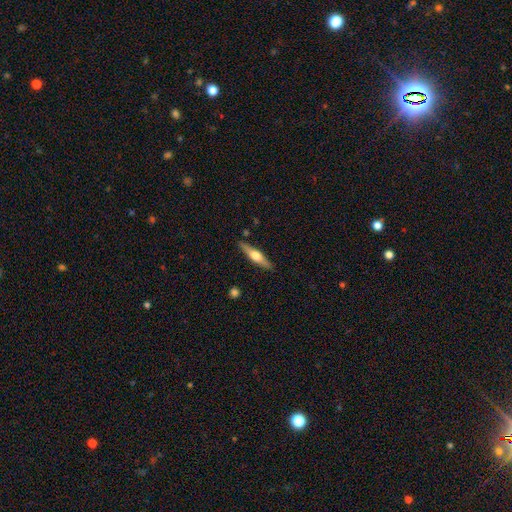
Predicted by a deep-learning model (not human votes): Smooth or featured: featured or disk — 60% (smooth — 34%)
Edge-on disk: yes — 96% (no — 4%)
Edge-on bulge: rounded — 92% (boxy — 6%)
Merging: none — 88% (minor disturbance — 9%)